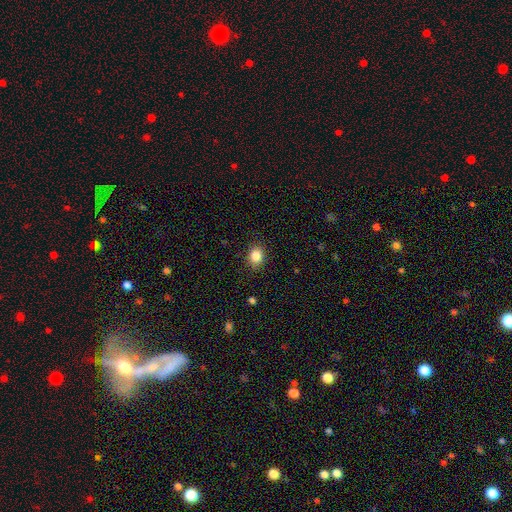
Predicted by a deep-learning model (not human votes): A smooth galaxy with no disk features (85%) that is round (58%).

Vote fractions:
- Smooth or featured? smooth: 85% / star or artifact: 10% / featured or disk: 5%
- How rounded? round: 58% / in between: 41% / cigar-shaped: 1%
- Merging? none: 87% / minor disturbance: 9% / major disturbance: 3% / merger: 1%